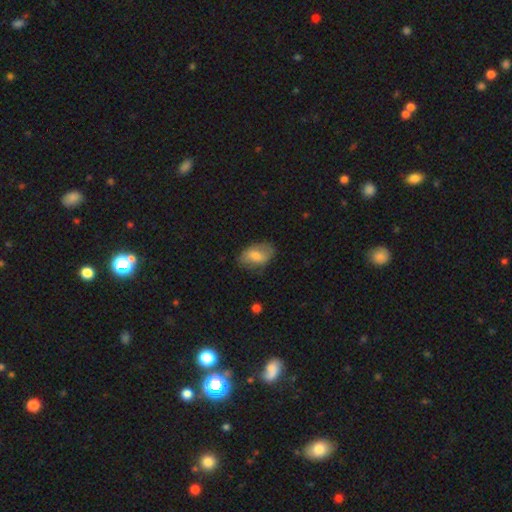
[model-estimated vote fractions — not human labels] Smooth or featured? smooth (67%)
How rounded? in between (88%)
Merging? none (70%)